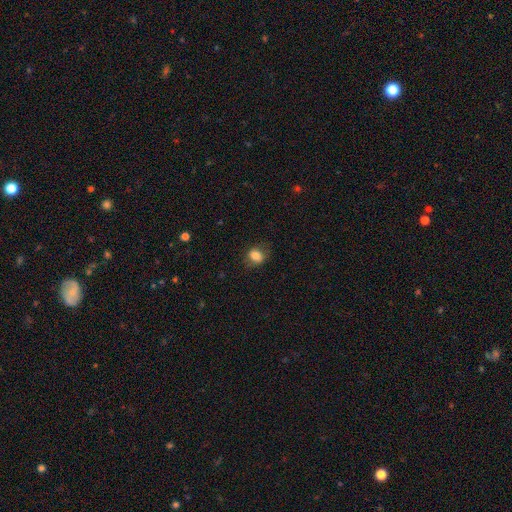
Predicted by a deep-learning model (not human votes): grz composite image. It shows a smooth galaxy with no disk features (82%) that is round (53%). Merging: none (77%).